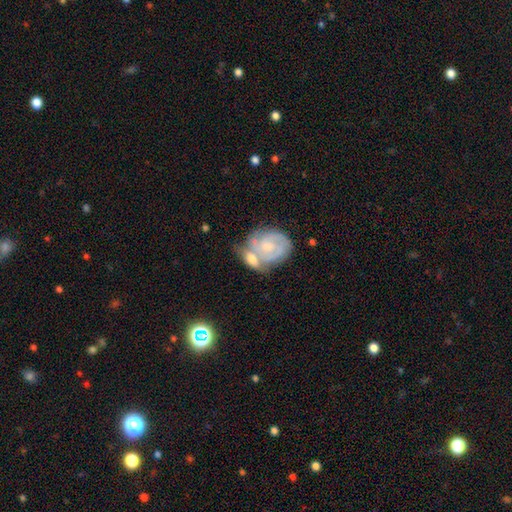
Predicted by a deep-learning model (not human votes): Morphology: type=featured or disk (70%); edge-on=no (96%); bar=no (68%); spiral arms=yes (87%); winding=tight (63%); arm count=2 (32%, tied with can't tell); bulge=small (63%); merging=merger (50%).